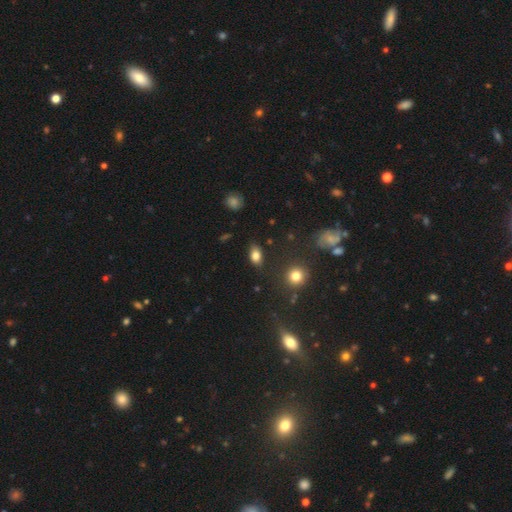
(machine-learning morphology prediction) The model was most divided on "merging": none: 79%, minor disturbance: 15%, major disturbance: 4%, merger: 2%. More confident: how rounded — in between (85%); smooth or featured — smooth (81%).